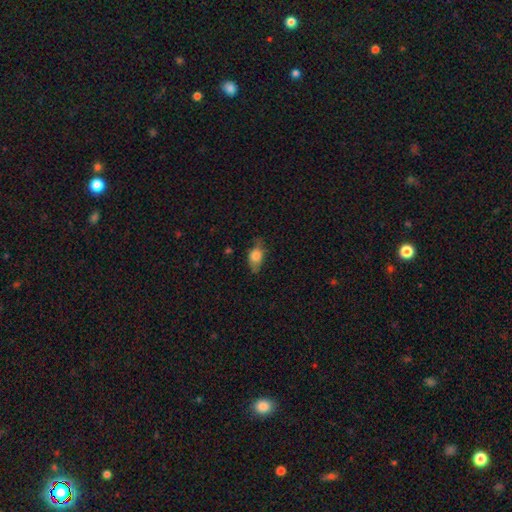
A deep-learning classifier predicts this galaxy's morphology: A smooth galaxy with no disk features (75%) that is in between round and cigar-shaped (80%). Merging: none (59%).